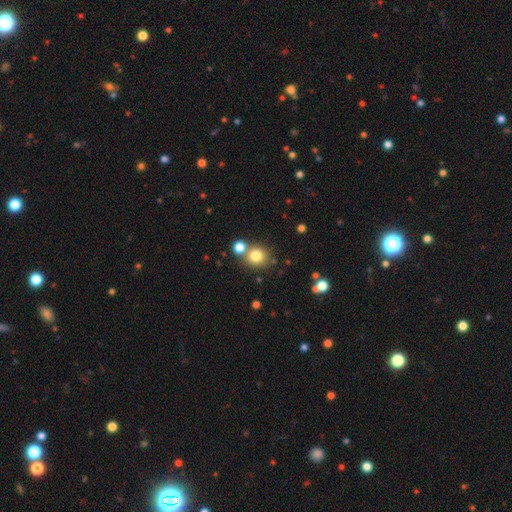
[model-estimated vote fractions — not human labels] The model was most divided on "merging": none: 66%, merger: 22%, minor disturbance: 8%, major disturbance: 3%. More confident: how rounded — round (87%); smooth or featured — smooth (78%).